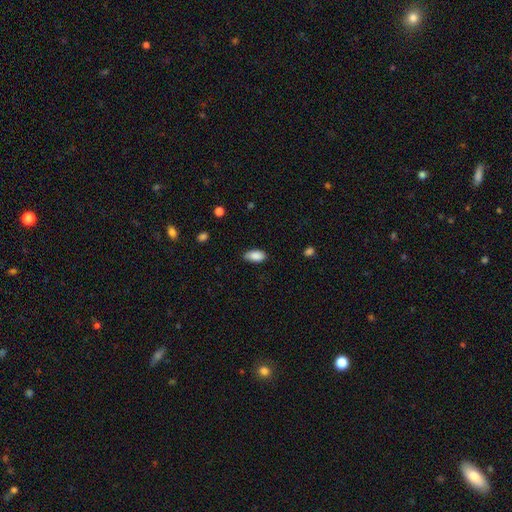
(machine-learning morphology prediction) smooth-or-featured: smooth: 88% | star or artifact: 7% | featured or disk: 5%
  how-rounded: in between: 92% | cigar-shaped: 5% | round: 3%
  merging: none: 75% | minor disturbance: 21% | major disturbance: 3% | merger: 1%